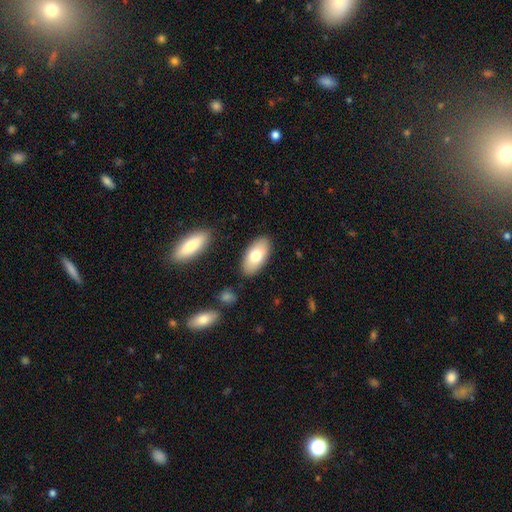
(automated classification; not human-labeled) This is likely a smooth galaxy (74%). How rounded: clearly in between (93%). Merging: clearly none (86%).